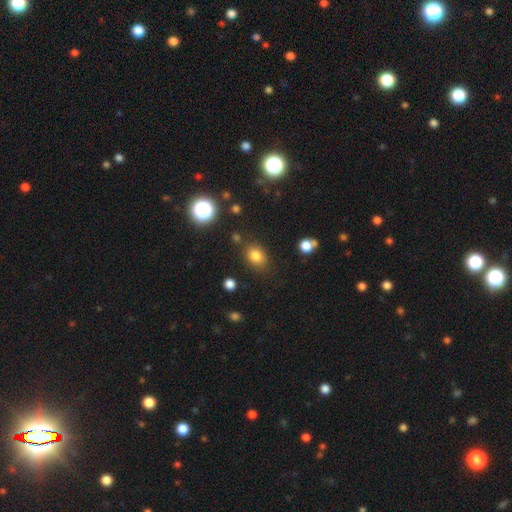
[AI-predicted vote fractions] Overall: smooth (79%). How rounded: in between (53%; round 45%). Merging: none (80%).